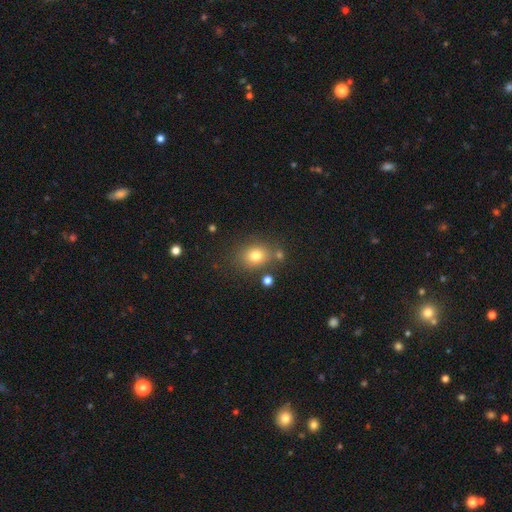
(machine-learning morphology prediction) Smooth or featured? smooth (77%)
How rounded? round (50%)
Merging? none (72%)